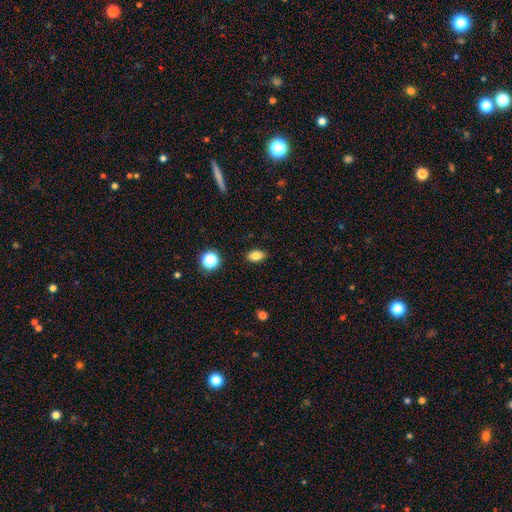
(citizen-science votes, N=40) smooth 90%, featured or disk 10%, star or artifact 0%. Down the decision tree: how rounded — in between (92%); merging — none (88%).